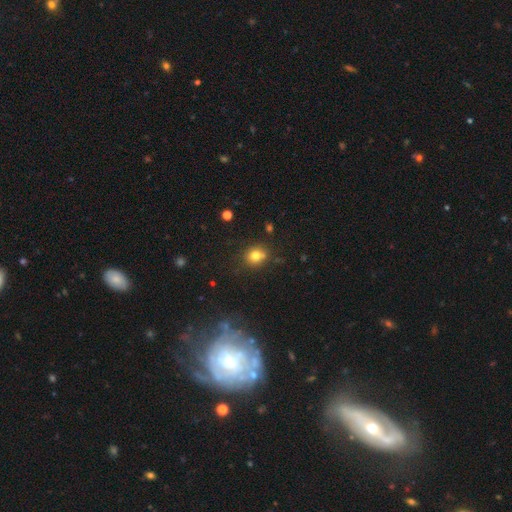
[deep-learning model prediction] A smooth galaxy with no disk features (77%) that is round (75%). Merging: none (73%).